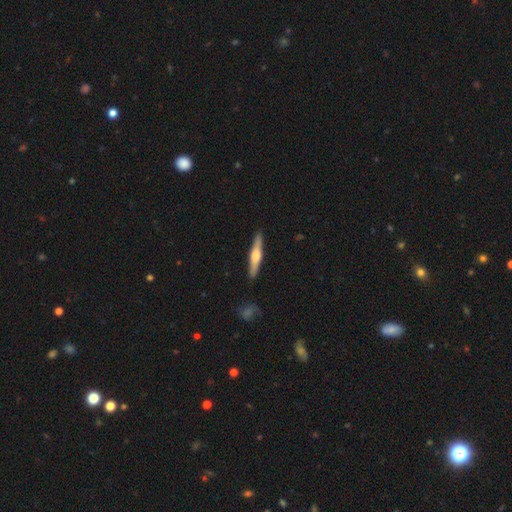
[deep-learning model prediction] Smooth or featured: featured or disk — 57% (smooth — 38%)
Edge-on disk: yes — 96% (no — 4%)
Edge-on bulge: rounded — 89% (boxy — 6%)
Merging: none — 90% (minor disturbance — 7%)